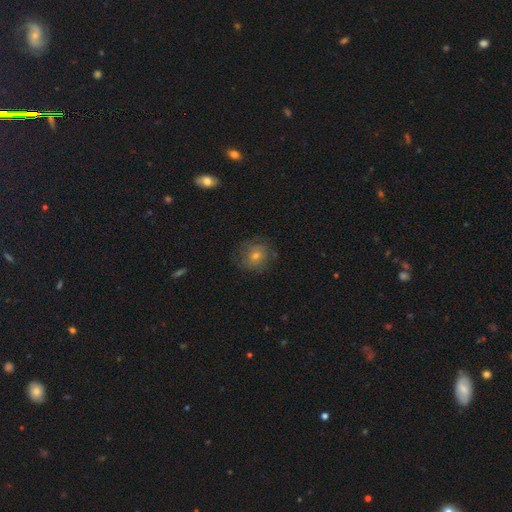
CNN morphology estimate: Smooth or featured?
  - smooth: 63% *
  - featured or disk: 26%
  - star or artifact: 10%
How rounded?
  - round: 78% *
  - in between: 21%
  - cigar-shaped: 1%
Merging?
  - none: 72% *
  - minor disturbance: 18%
  - major disturbance: 8%
  - merger: 1%